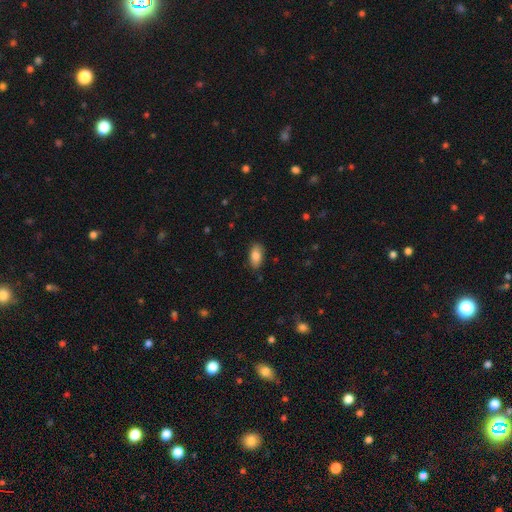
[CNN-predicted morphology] smooth_or_featured: smooth (p=0.86) [alt: featured or disk p=0.07]
how_rounded: in between (p=0.92) [alt: cigar-shaped p=0.04]
merging: none (p=0.84) [alt: minor disturbance p=0.12]